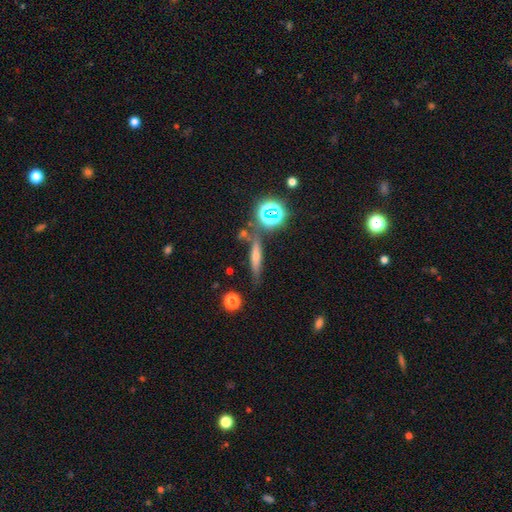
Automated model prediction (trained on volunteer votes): This appears to be a smooth galaxy with no disk features (42%). Merging: none (75%).